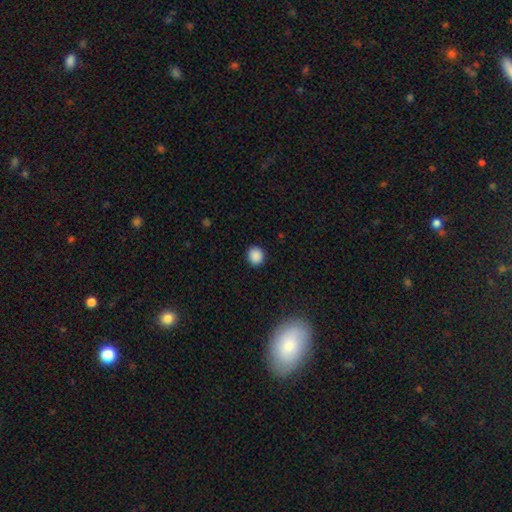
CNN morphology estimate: Smooth or featured?
  - smooth: 88% *
  - star or artifact: 10%
  - featured or disk: 2%
How rounded?
  - round: 85% *
  - in between: 14%
  - cigar-shaped: 1%
Merging?
  - none: 91% *
  - minor disturbance: 6%
  - major disturbance: 2%
  - merger: 1%